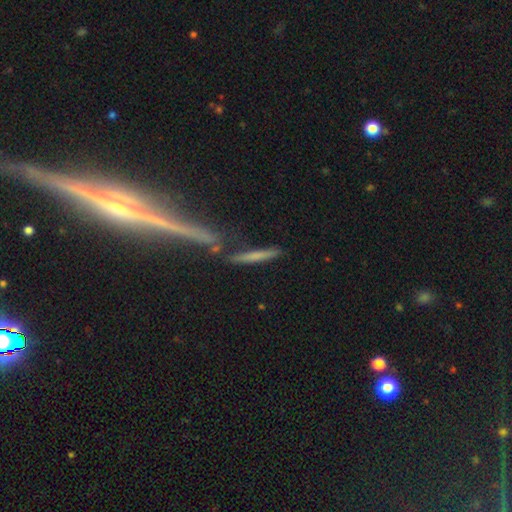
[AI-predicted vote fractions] Q: Smooth or featured?
A: smooth (58%); runner-up: featured or disk (32%)
Q: How rounded?
A: cigar-shaped (92%); runner-up: in between (6%)
Q: Merging?
A: none (64%); runner-up: merger (16%)